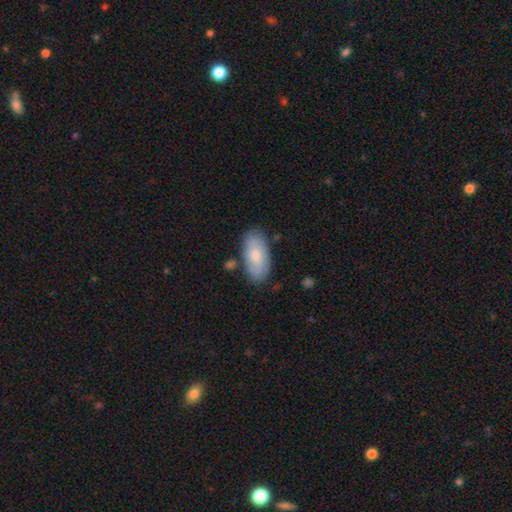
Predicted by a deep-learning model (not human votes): Smooth or featured?
  - smooth: 72% *
  - featured or disk: 22%
  - star or artifact: 6%
How rounded?
  - in between: 92% *
  - cigar-shaped: 6%
  - round: 3%
Merging?
  - none: 77% *
  - minor disturbance: 16%
  - merger: 4%
  - major disturbance: 3%